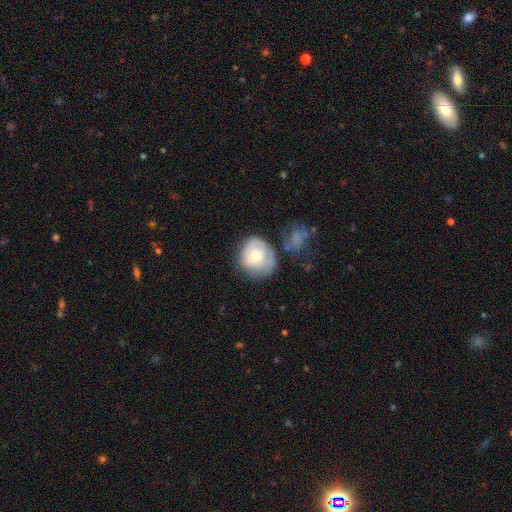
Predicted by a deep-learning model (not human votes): This appears to be a smooth galaxy with no disk features (65%) that is round (75%). Merging: none (51%).